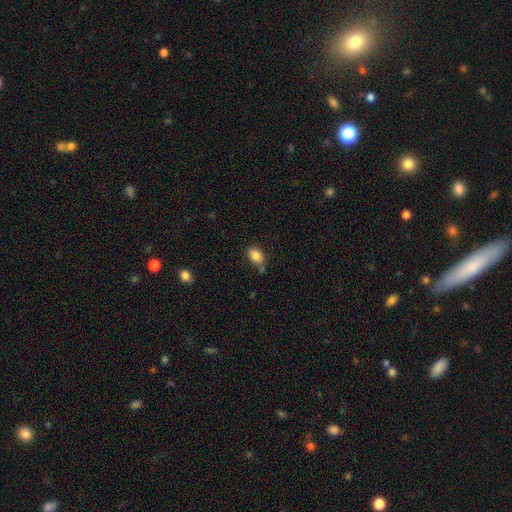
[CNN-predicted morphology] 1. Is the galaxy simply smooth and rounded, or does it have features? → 85% smooth, 8% star or artifact, 6% featured or disk.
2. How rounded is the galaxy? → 84% in between, 14% round, 1% cigar-shaped.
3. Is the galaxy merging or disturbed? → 66% none, 19% minor disturbance, 10% merger, 5% major disturbance.